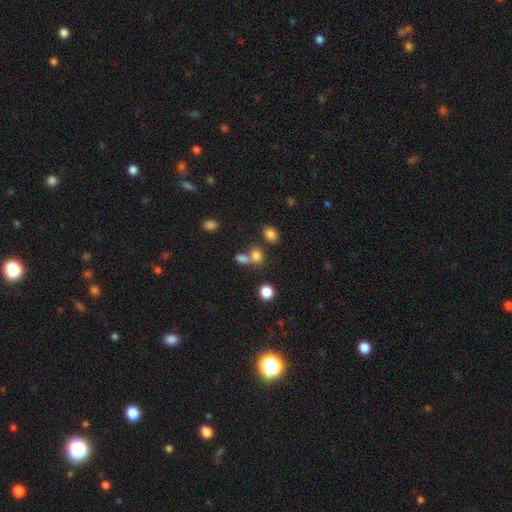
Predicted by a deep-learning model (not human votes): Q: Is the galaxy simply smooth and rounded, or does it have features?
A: smooth — 78%.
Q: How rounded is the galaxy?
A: in between — 58%.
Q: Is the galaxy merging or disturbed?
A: merger — 44%.